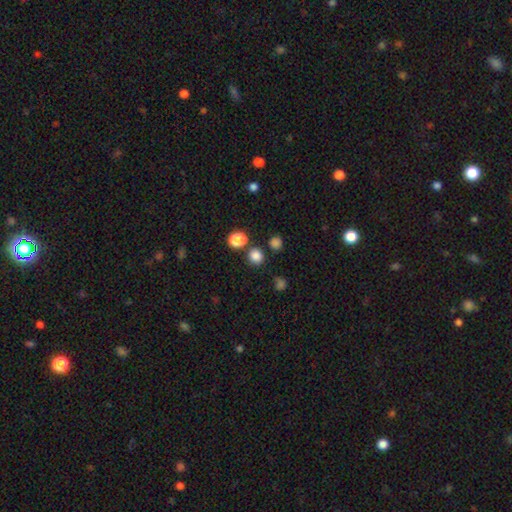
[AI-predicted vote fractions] Smooth or featured? Predicted: smooth (p=0.80). How rounded? Predicted: round (p=0.83). Merging? Predicted: none (p=0.77).